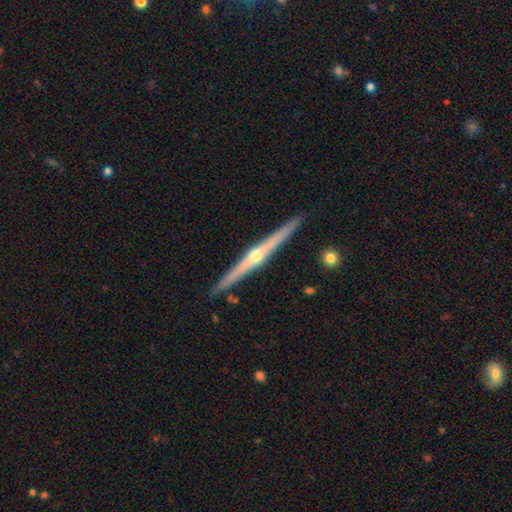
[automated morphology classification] Smooth or featured? Predicted: featured or disk (p=0.83). Edge-on disk? Predicted: yes (p=0.98). Edge-on bulge? Predicted: rounded (p=0.93). Merging? Predicted: none (p=0.92).